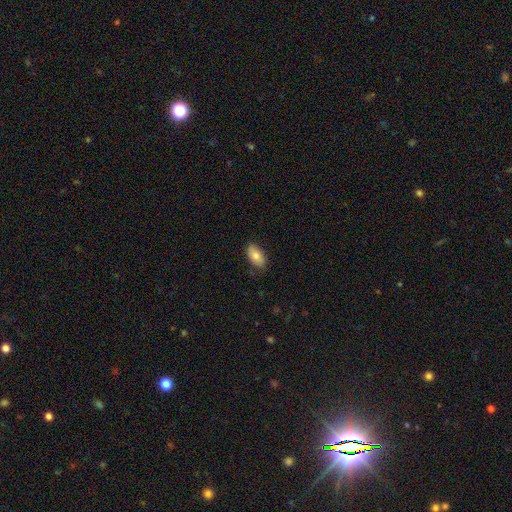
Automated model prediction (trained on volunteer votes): This appears to be a smooth galaxy with no disk features (77%) that is in between round and cigar-shaped (94%). Merging: none (82%).